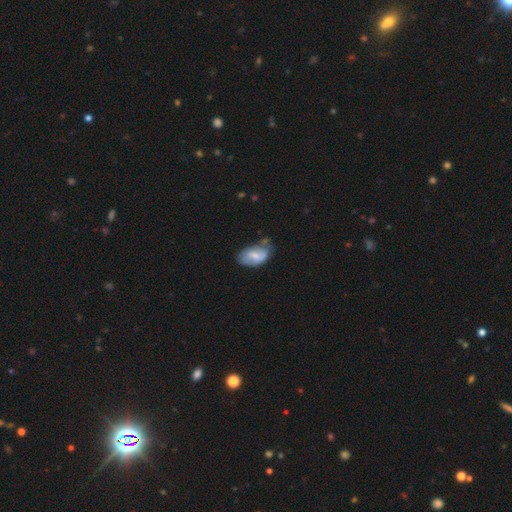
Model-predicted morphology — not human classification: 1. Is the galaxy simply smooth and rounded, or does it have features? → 50% smooth, 43% featured or disk, 7% star or artifact.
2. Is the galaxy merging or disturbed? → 48% none, 36% minor disturbance, 11% major disturbance, 5% merger.